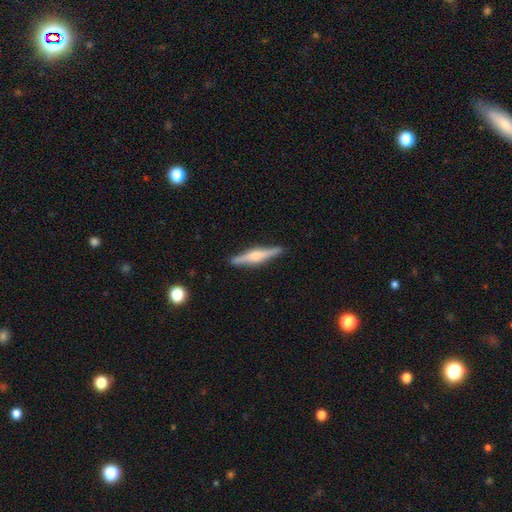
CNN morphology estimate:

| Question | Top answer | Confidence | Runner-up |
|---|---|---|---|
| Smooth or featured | featured or disk | 69% | smooth (25%) |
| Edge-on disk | yes | 98% | no (2%) |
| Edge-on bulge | rounded | 83% | boxy (12%) |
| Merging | none | 90% | minor disturbance (7%) |